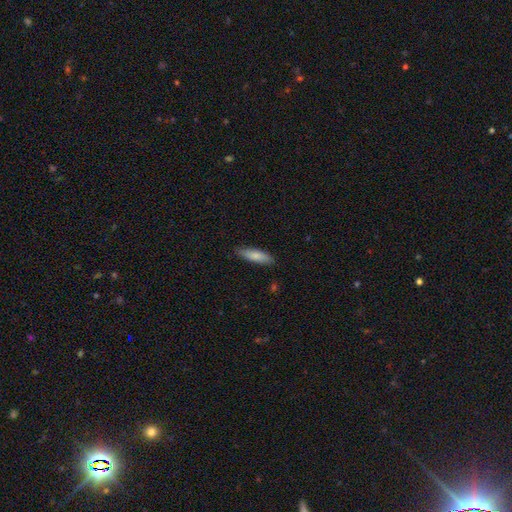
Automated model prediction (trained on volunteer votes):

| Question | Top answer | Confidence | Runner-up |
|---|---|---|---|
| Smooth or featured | smooth | 82% | featured or disk (12%) |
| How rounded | cigar-shaped | 61% | in between (38%) |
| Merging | none | 86% | minor disturbance (11%) |